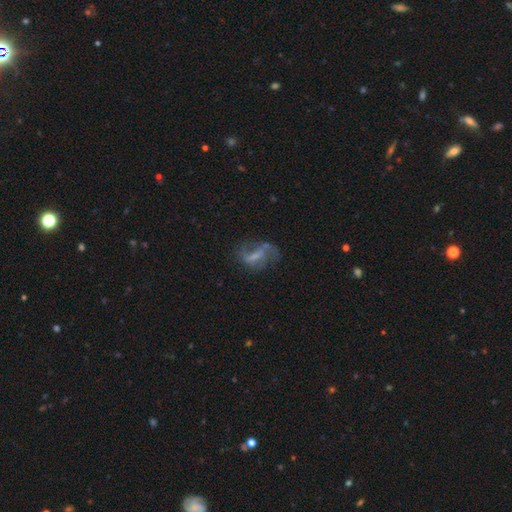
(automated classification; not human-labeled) Morphology: type=featured or disk (67%); edge-on=no (96%); bar=weak (45%); spiral arms=yes (75%); bulge=none (46%); merging=none (48%).